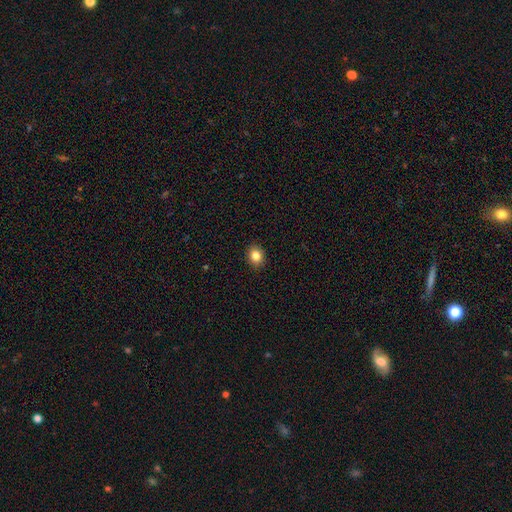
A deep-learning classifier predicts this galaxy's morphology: Smooth or featured: smooth — 83% (star or artifact — 10%)
How rounded: round — 58% (in between — 41%)
Merging: none — 91% (minor disturbance — 6%)